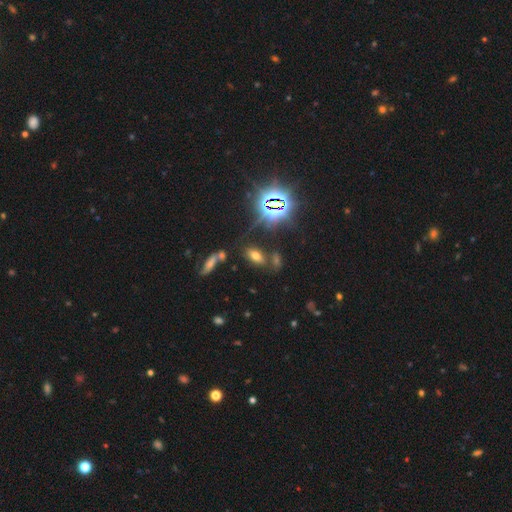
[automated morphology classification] Overall: smooth (56%; star or artifact 31%). How rounded: in between (87%). Merging: none (73%).